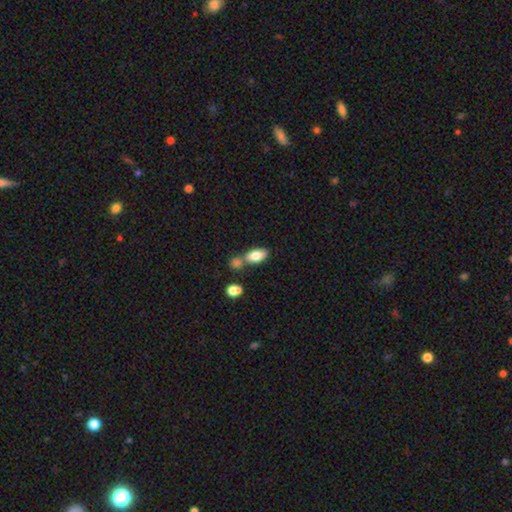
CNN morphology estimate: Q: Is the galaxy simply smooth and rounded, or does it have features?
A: smooth — 80%.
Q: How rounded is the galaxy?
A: in between — 88%.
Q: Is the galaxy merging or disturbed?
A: none — 53%.